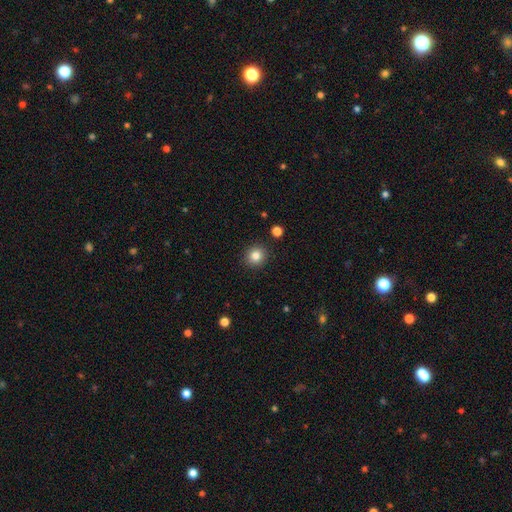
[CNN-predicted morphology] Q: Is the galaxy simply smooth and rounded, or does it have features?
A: smooth — 84%.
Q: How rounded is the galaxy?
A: round — 87%.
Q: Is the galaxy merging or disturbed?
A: none — 90%.